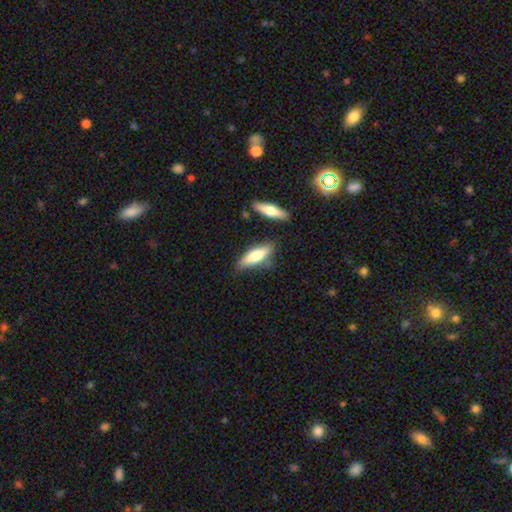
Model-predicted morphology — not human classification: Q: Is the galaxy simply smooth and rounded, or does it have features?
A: smooth — 66%.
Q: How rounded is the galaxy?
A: cigar-shaped — 55%.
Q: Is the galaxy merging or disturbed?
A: none — 75%.